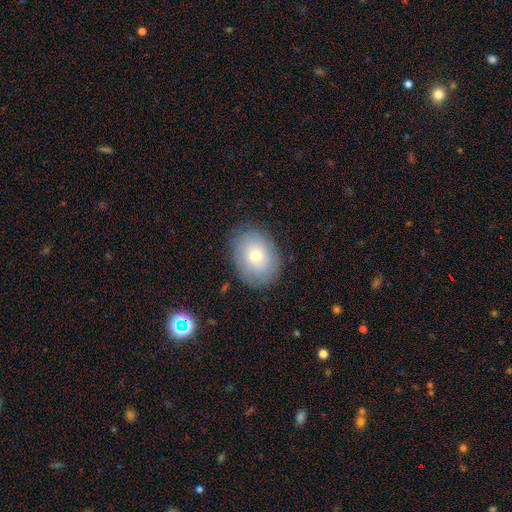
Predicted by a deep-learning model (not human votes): Overall: smooth (69%). How rounded: in between (63%; round 36%). Merging: none (83%).